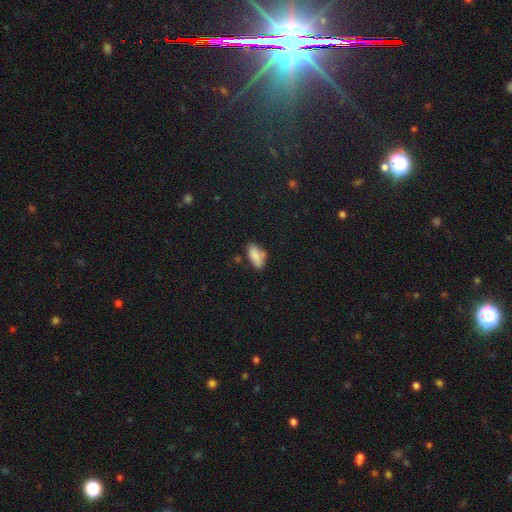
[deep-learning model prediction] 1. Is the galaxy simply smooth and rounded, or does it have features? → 83% smooth, 9% featured or disk, 8% star or artifact.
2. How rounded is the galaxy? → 87% in between, 10% cigar-shaped, 3% round.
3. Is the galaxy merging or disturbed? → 61% none, 26% minor disturbance, 7% merger, 6% major disturbance.